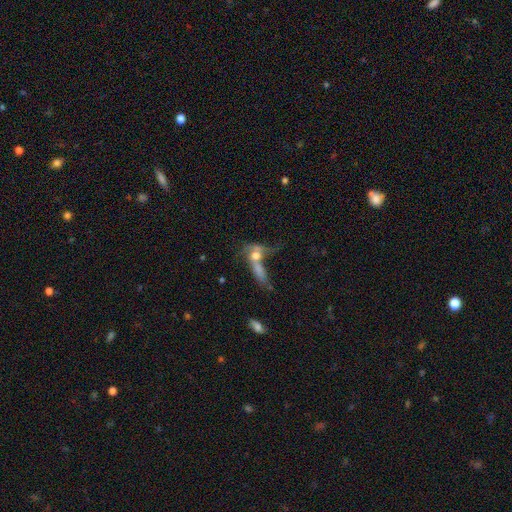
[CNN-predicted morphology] Smooth or featured? smooth (51%)
How rounded? in between (57%)
Merging? merger (59%)